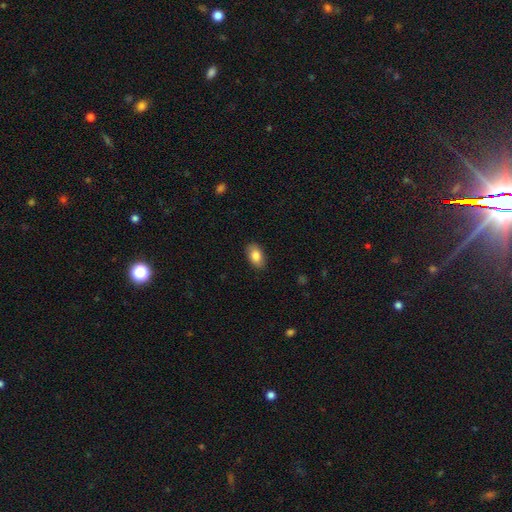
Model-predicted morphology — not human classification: A smooth galaxy with no disk features (85%) that is in between round and cigar-shaped (92%).

Vote fractions:
- Smooth or featured? smooth: 85% / featured or disk: 9% / star or artifact: 7%
- How rounded? in between: 92% / round: 7% / cigar-shaped: 2%
- Merging? none: 87% / minor disturbance: 10% / major disturbance: 2% / merger: 1%